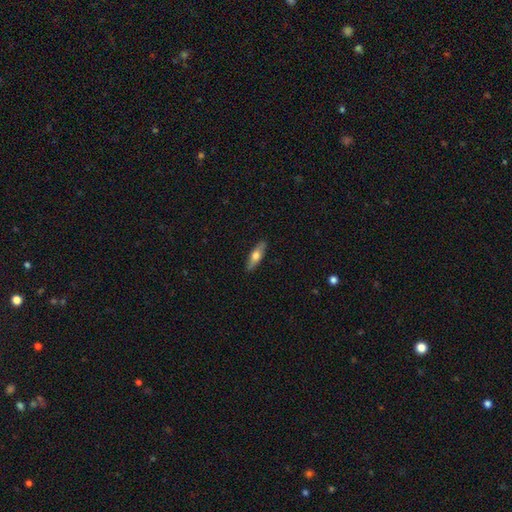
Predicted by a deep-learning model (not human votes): Q: Smooth or featured?
A: smooth (57%); runner-up: featured or disk (37%)
Q: How rounded?
A: cigar-shaped (56%); runner-up: in between (42%)
Q: Merging?
A: none (89%); runner-up: minor disturbance (8%)